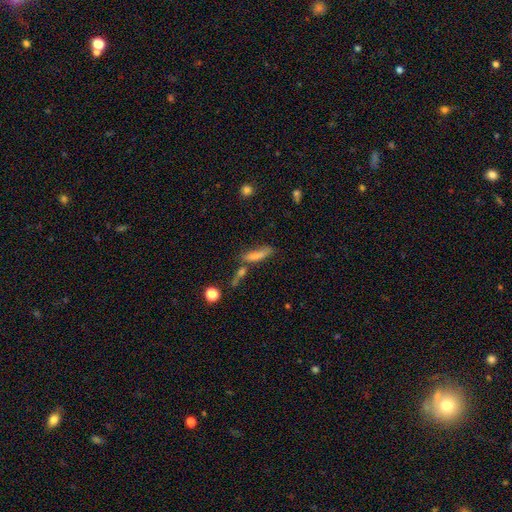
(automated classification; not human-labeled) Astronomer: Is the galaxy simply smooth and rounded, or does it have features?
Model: smooth — 70%.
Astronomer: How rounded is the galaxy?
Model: cigar-shaped — 66%.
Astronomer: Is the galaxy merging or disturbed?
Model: none — 42% (runner-up: merger, 27%).